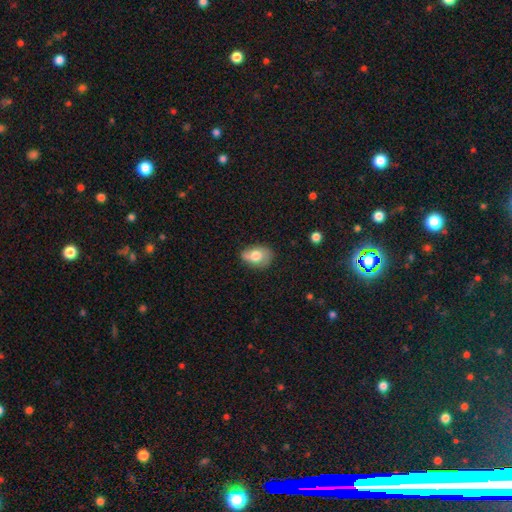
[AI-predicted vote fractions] Smooth or featured: smooth — 68% (featured or disk — 24%)
How rounded: in between — 77% (round — 21%)
Merging: none — 60% (minor disturbance — 29%)